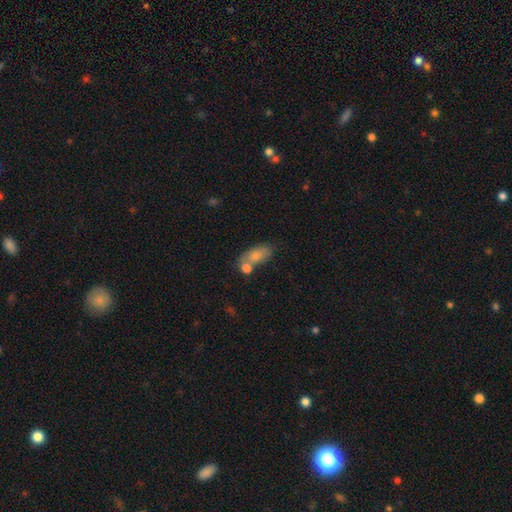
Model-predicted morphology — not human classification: Smooth or featured?
  - smooth: 79% *
  - featured or disk: 13%
  - star or artifact: 9%
How rounded?
  - in between: 85% *
  - cigar-shaped: 8%
  - round: 7%
Merging?
  - none: 45% *
  - merger: 31%
  - minor disturbance: 17%
  - major disturbance: 8%